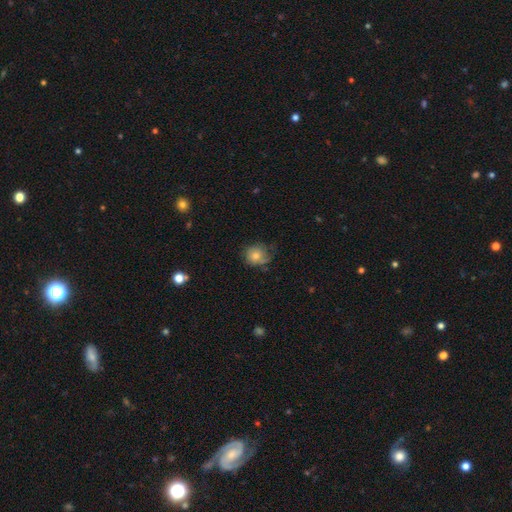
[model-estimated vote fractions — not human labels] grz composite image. It shows a smooth galaxy with no disk features (67%) that is round (80%). Merging: none (60%).